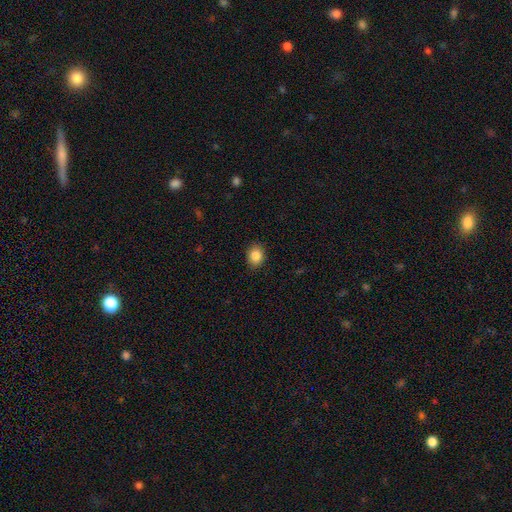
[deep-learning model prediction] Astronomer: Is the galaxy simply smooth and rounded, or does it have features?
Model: smooth — 85%.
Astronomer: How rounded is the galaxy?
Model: round — 52% (runner-up: in between, 47%).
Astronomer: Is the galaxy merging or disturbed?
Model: none — 89%.